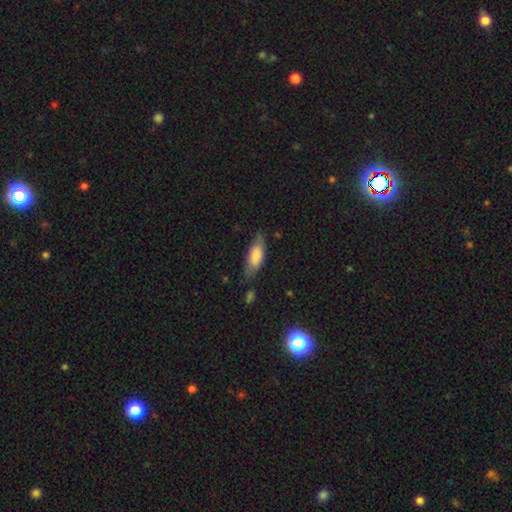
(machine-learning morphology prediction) smooth_or_featured: smooth (p=0.78) [alt: featured or disk p=0.16]
how_rounded: in between (p=0.69) [alt: cigar-shaped p=0.29]
merging: none (p=0.66) [alt: minor disturbance p=0.24]